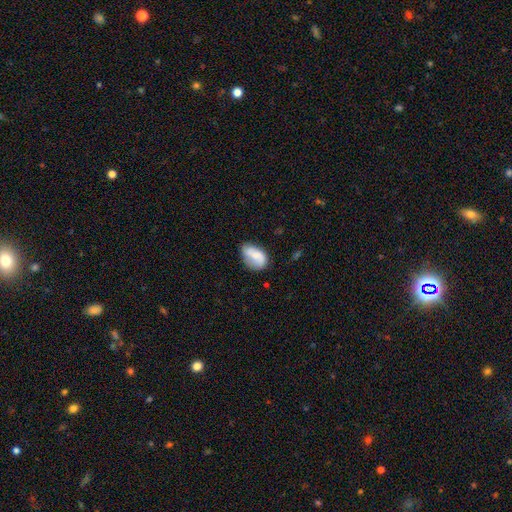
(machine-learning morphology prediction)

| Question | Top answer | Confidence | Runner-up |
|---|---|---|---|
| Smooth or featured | smooth | 68% | featured or disk (24%) |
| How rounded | in between | 87% | round (11%) |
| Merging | none | 52% | minor disturbance (32%) |